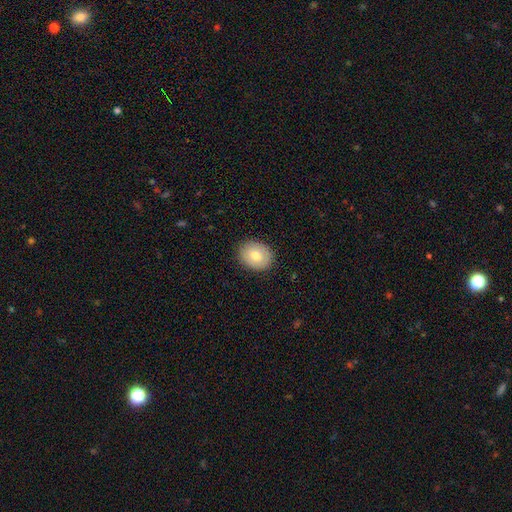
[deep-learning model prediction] Smooth or featured? Predicted: smooth (p=0.76). How rounded? Predicted: round (p=0.50). Merging? Predicted: none (p=0.87).